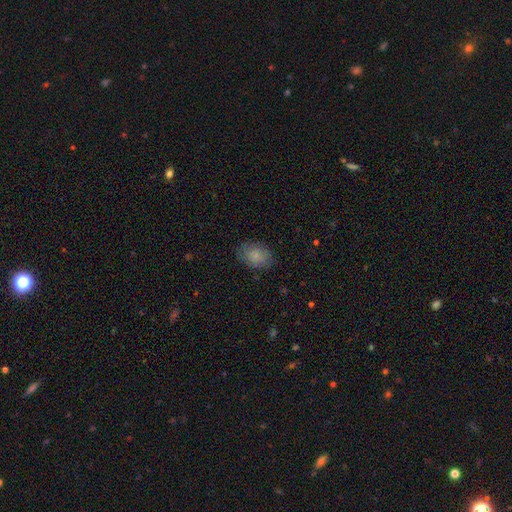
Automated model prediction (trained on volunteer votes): Q: Smooth or featured?
A: smooth (85%); runner-up: featured or disk (8%)
Q: How rounded?
A: in between (77%); runner-up: round (22%)
Q: Merging?
A: none (82%); runner-up: minor disturbance (13%)